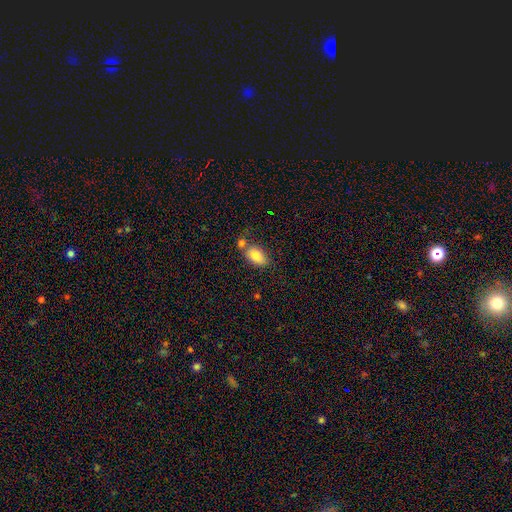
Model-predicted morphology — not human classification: type=smooth (82%); roundness=in between (90%); merging=none (52%).